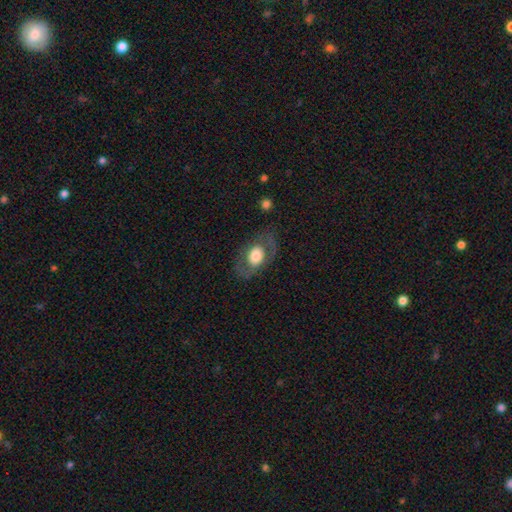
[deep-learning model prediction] Morphology: type=smooth (52%); roundness=in between (76%); merging=none (76%).